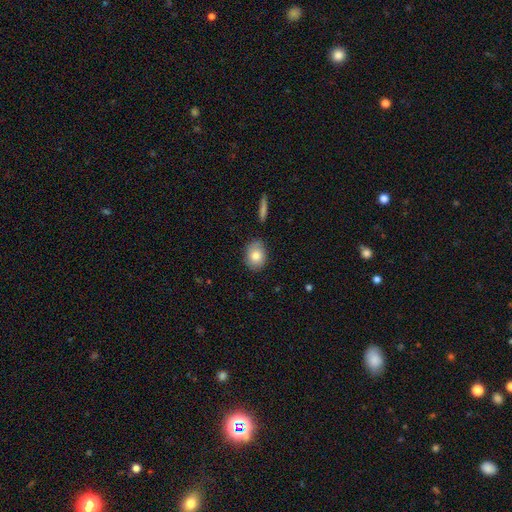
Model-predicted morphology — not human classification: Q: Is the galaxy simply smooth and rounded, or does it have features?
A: smooth — 80%.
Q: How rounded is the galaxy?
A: in between — 63%.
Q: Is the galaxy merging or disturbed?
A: none — 81%.